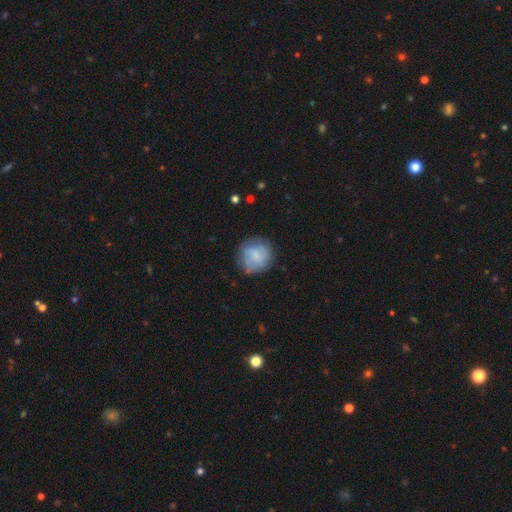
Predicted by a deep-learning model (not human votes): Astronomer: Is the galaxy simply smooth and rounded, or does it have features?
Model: smooth — 61%.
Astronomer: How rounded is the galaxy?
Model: round — 85%.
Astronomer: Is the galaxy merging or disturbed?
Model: none — 68%.